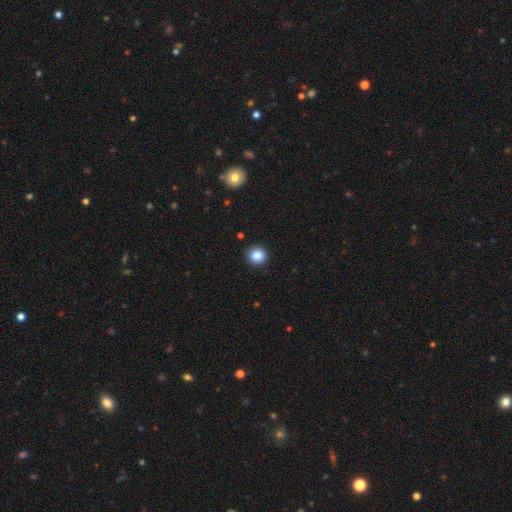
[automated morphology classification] A smooth galaxy with no disk features (86%) that is round (93%). Merging: none (92%).